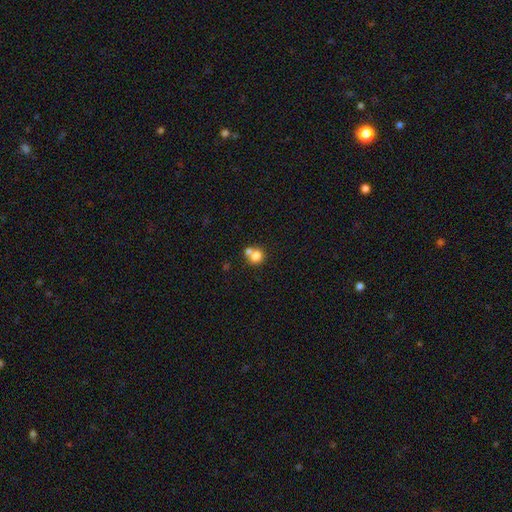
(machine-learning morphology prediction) This is likely a smooth galaxy (78%). How rounded: clearly round (86%). Merging: possibly none (46%).